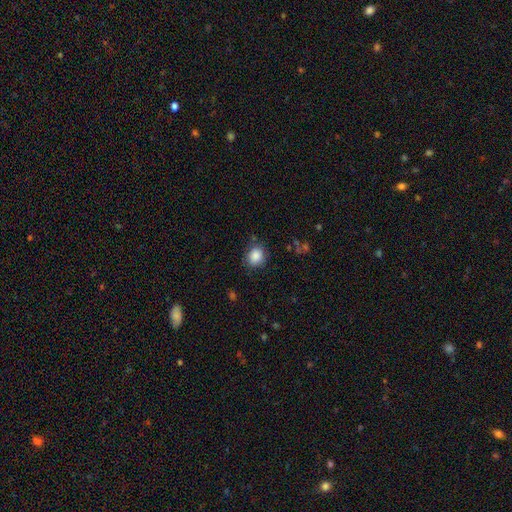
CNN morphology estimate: smooth_or_featured: smooth (p=0.87) [alt: star or artifact p=0.09]
how_rounded: round (p=0.63) [alt: in between p=0.36]
merging: none (p=0.78) [alt: minor disturbance p=0.16]